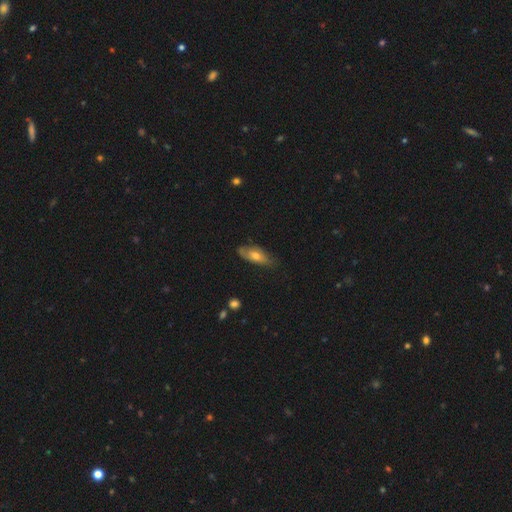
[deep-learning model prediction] This is possibly a smooth galaxy (59%). How rounded: likely in between (76%). Merging: likely none (68%).